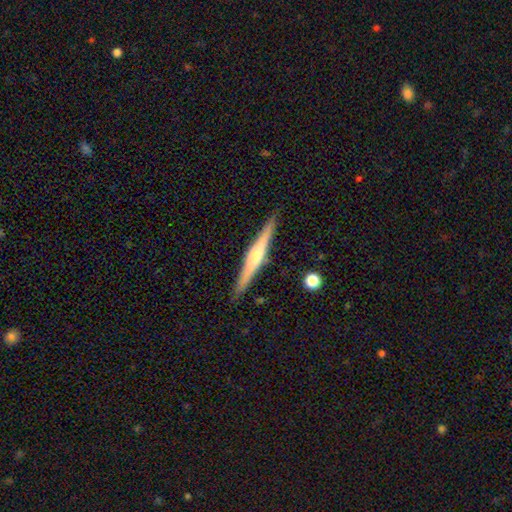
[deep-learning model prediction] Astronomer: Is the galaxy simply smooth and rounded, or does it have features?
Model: featured or disk — 75%.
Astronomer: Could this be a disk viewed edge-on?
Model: yes — 98%.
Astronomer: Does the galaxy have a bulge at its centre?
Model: rounded — 79%.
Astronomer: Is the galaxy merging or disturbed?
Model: none — 92%.